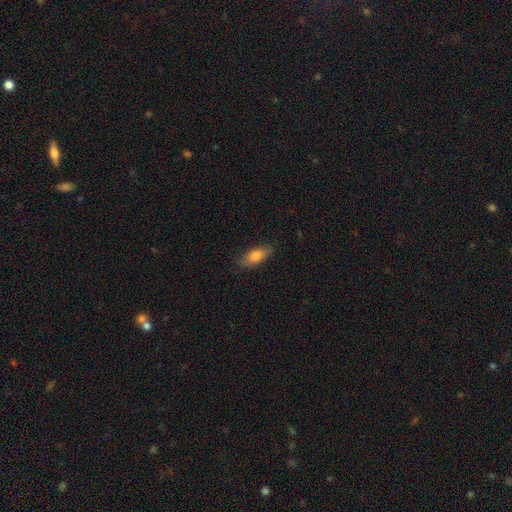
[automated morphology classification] The model was most divided on "how rounded": in between: 76%, cigar-shaped: 20%, round: 3%. More confident: merging — none (82%); smooth or featured — smooth (77%).